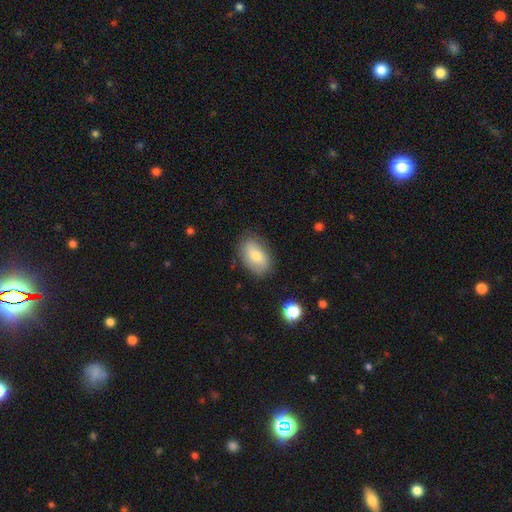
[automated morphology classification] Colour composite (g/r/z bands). It shows a smooth galaxy with no disk features (66%) that is in between round and cigar-shaped (89%). Merging: none (81%).